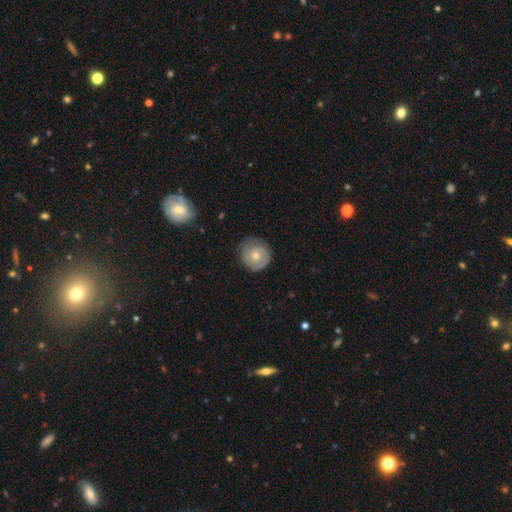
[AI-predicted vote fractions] A featured or disk galaxy (53%) with no bar (81%), spiral arms (78%) and a moderate central bulge (55%). Merging: none (75%).